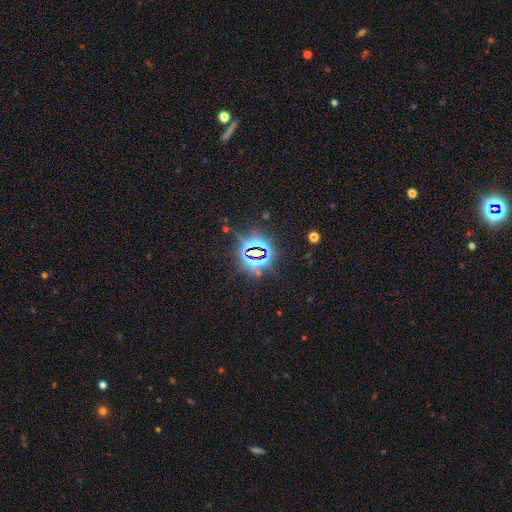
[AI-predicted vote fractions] star or artifact 79%, smooth 12%, featured or disk 9%.